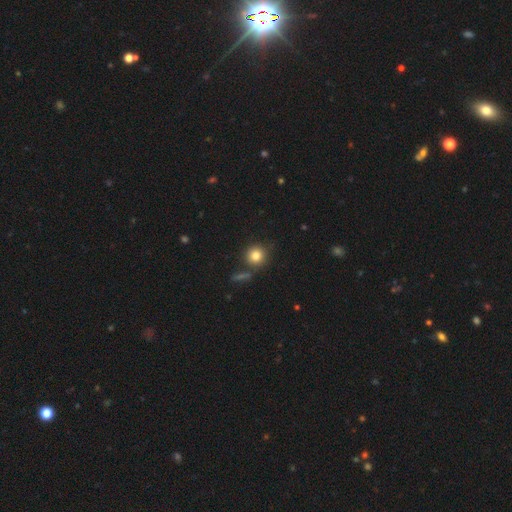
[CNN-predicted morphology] Q: Smooth or featured?
A: smooth (81%); runner-up: star or artifact (11%)
Q: How rounded?
A: round (91%); runner-up: in between (8%)
Q: Merging?
A: none (78%); runner-up: minor disturbance (10%)